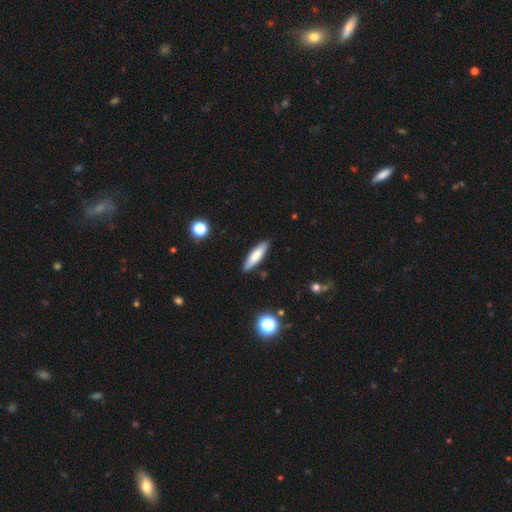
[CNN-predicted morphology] smooth 76%, featured or disk 18%, star or artifact 6%. Down the decision tree: how rounded — cigar-shaped (71%); merging — none (88%).